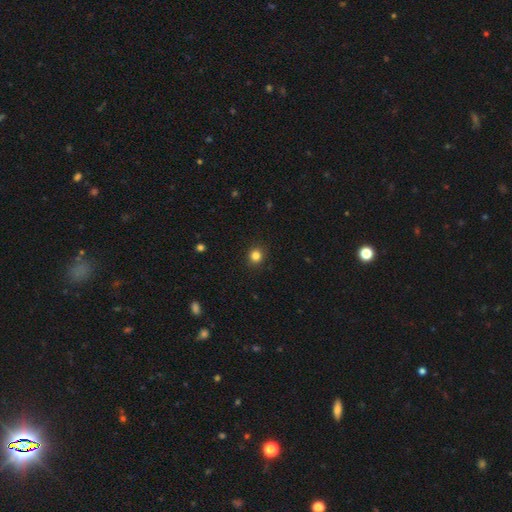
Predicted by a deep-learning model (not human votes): Q: Smooth or featured?
A: smooth (83%); runner-up: star or artifact (12%)
Q: How rounded?
A: round (89%); runner-up: in between (10%)
Q: Merging?
A: none (91%); runner-up: minor disturbance (6%)